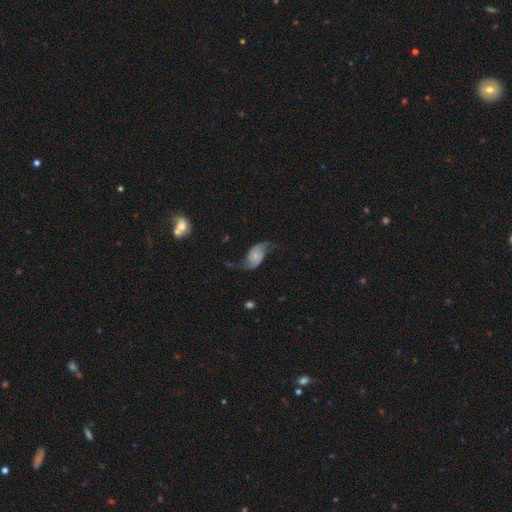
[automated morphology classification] The model was most divided on "merging": none: 56%, minor disturbance: 22%, major disturbance: 19%, merger: 3%. More confident: edge-on disk — no (96%); spiral arms — yes (92%); spiral arm count — 2 (92%); spiral winding — loose (80%); smooth or featured — featured or disk (72%); bar — no (71%); bulge size — small (61%).